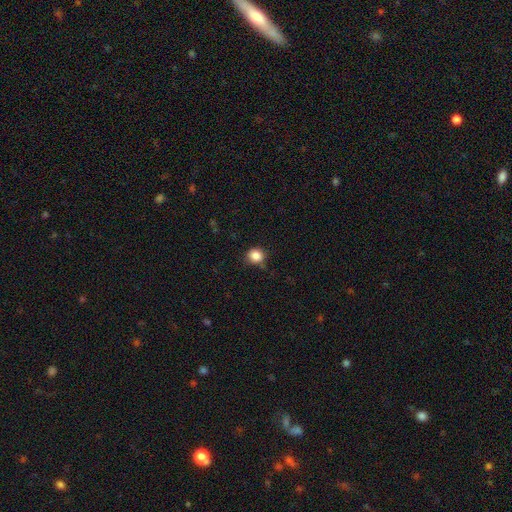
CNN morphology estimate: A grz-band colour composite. It shows a smooth galaxy with no disk features (85%) that is round (86%). Merging: none (76%).